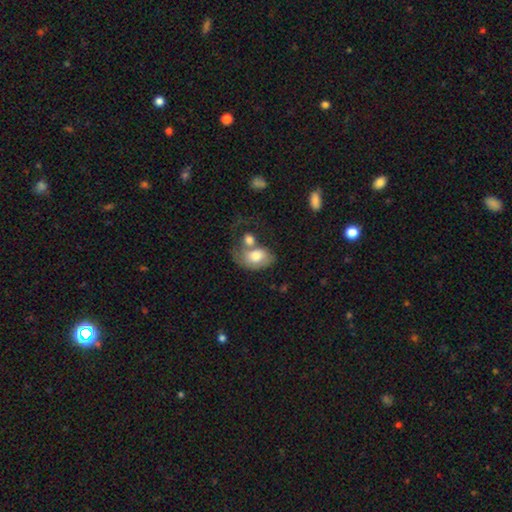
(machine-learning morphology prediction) Smooth or featured: smooth — 67% (featured or disk — 26%)
How rounded: in between — 81% (round — 18%)
Merging: merger — 44% (major disturbance — 22%)